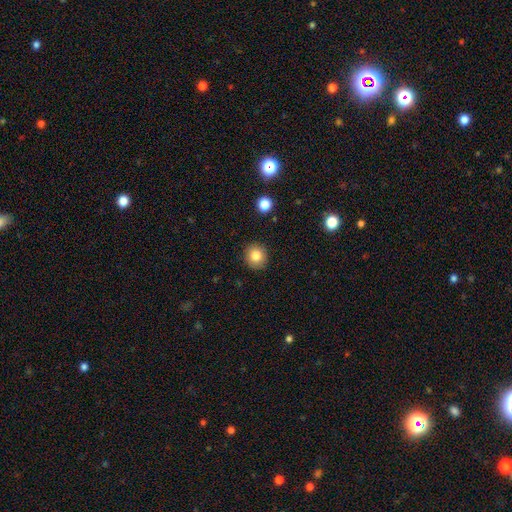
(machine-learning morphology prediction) Smooth or featured? smooth (83%)
How rounded? round (90%)
Merging? none (90%)